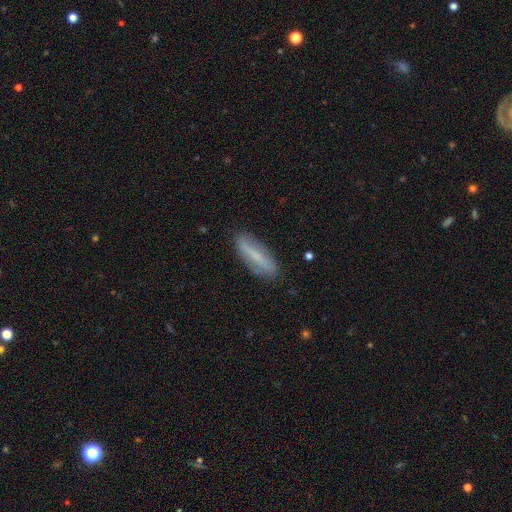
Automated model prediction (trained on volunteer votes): Overall: smooth (56%; featured or disk 37%). How rounded: cigar-shaped (62%; in between 36%). Merging: none (84%).